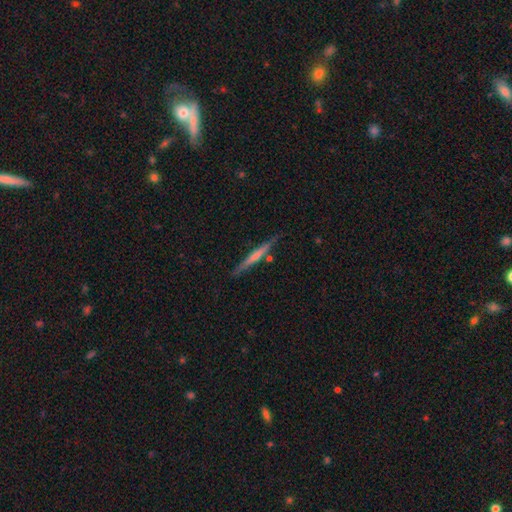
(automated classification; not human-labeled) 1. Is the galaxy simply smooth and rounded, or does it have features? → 67% featured or disk, 27% smooth, 7% star or artifact.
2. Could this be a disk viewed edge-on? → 97% yes, 3% no.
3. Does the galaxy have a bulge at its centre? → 48% rounded, 43% none, 9% boxy.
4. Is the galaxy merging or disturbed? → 88% none, 8% minor disturbance, 2% merger, 2% major disturbance.